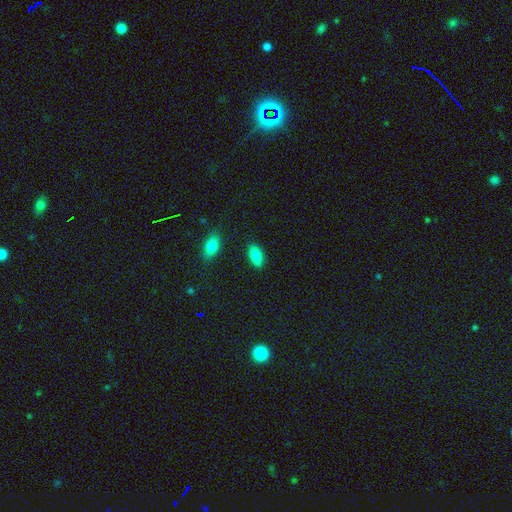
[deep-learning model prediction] Overall: smooth (88%). How rounded: in between (92%). Merging: none (86%).